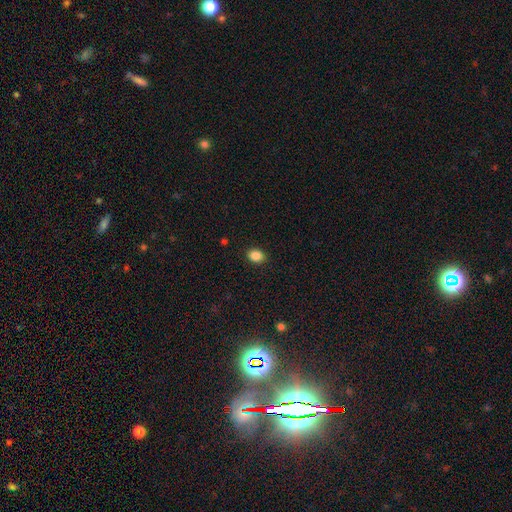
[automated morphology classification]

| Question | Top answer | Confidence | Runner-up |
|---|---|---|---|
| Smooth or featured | smooth | 87% | star or artifact (10%) |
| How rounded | in between | 61% | round (38%) |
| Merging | none | 90% | minor disturbance (7%) |